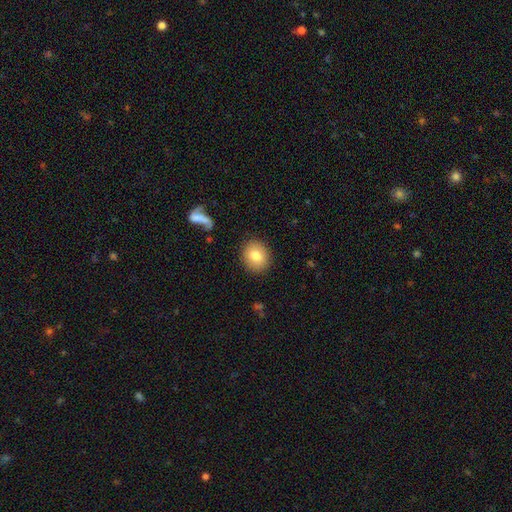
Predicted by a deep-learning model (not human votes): Smooth or featured? Predicted: smooth (p=0.80). How rounded? Predicted: round (p=0.72). Merging? Predicted: none (p=0.89).